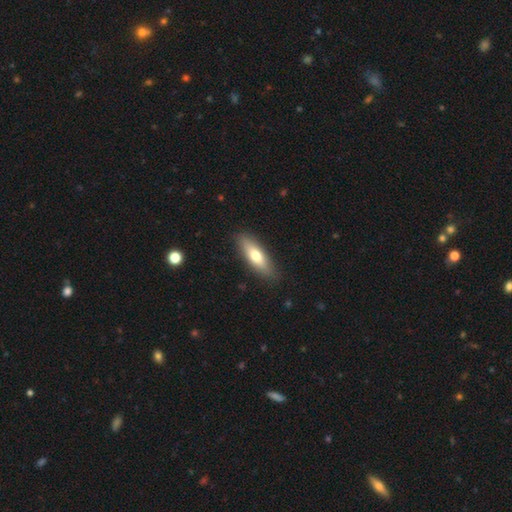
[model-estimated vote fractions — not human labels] Smooth or featured?
  - smooth: 67% *
  - featured or disk: 27%
  - star or artifact: 6%
How rounded?
  - in between: 51% *
  - cigar-shaped: 46%
  - round: 2%
Merging?
  - none: 87% *
  - minor disturbance: 10%
  - major disturbance: 2%
  - merger: 1%